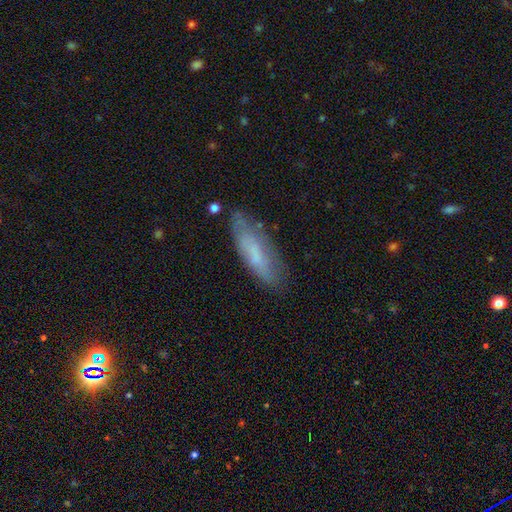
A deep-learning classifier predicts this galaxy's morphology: Smooth or featured?
  - smooth: 60% *
  - featured or disk: 31%
  - star or artifact: 8%
How rounded?
  - cigar-shaped: 52% *
  - in between: 46%
  - round: 2%
Merging?
  - none: 72% *
  - minor disturbance: 21%
  - major disturbance: 5%
  - merger: 2%